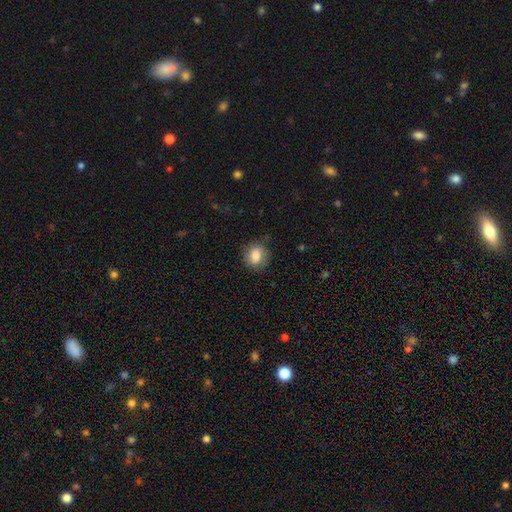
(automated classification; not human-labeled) Smooth or featured?
  - smooth: 77% *
  - featured or disk: 14%
  - star or artifact: 8%
How rounded?
  - round: 66% *
  - in between: 32%
  - cigar-shaped: 1%
Merging?
  - none: 77% *
  - minor disturbance: 17%
  - major disturbance: 5%
  - merger: 1%